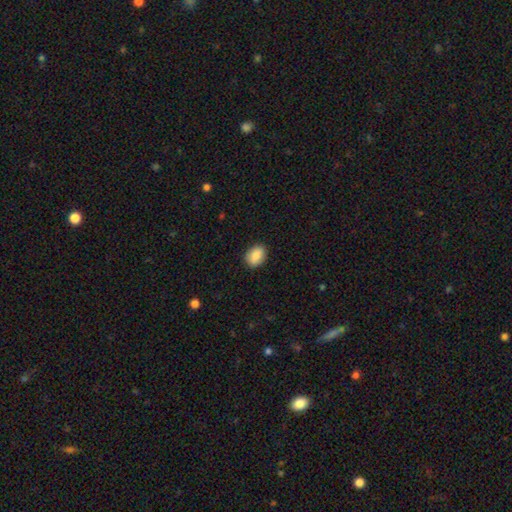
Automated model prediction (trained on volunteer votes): Overall: smooth (88%). How rounded: in between (78%). Merging: none (88%).